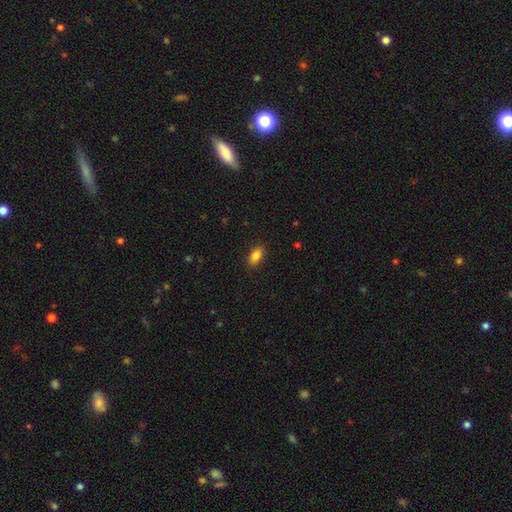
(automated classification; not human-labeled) This appears to be a smooth galaxy with no disk features (85%) that is in between round and cigar-shaped (89%). Merging: none (88%).